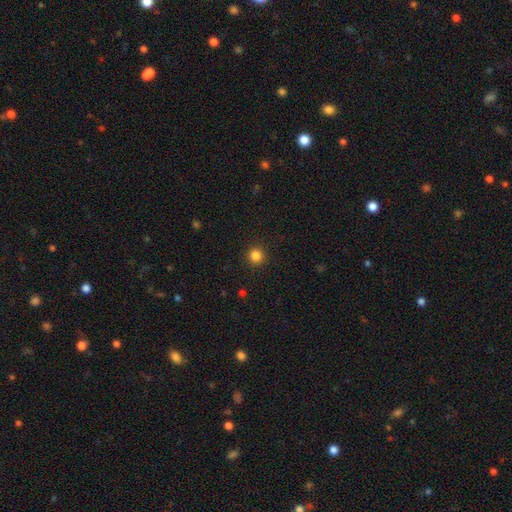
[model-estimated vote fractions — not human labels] Smooth or featured: smooth — 84% (star or artifact — 12%)
How rounded: round — 94% (in between — 5%)
Merging: none — 92% (minor disturbance — 5%)